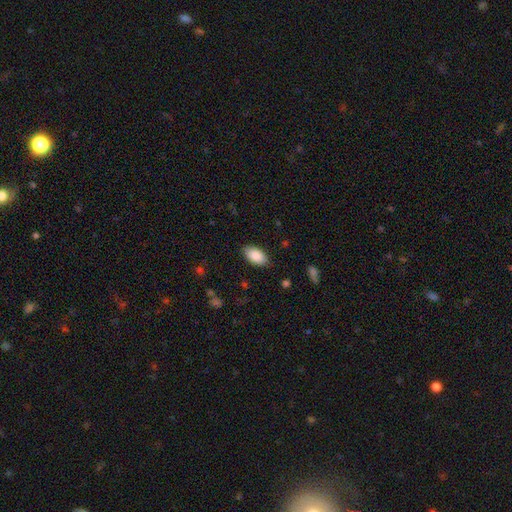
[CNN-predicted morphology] This appears to be a smooth galaxy with no disk features (88%) that is in between round and cigar-shaped (95%). Merging: none (86%).